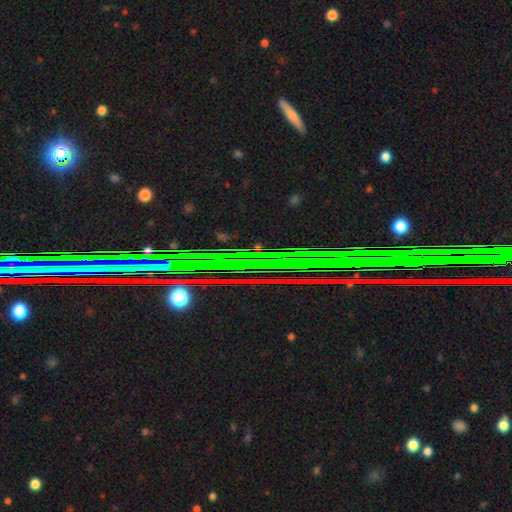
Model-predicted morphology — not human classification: Smooth or featured: star or artifact — 79% (featured or disk — 12%)